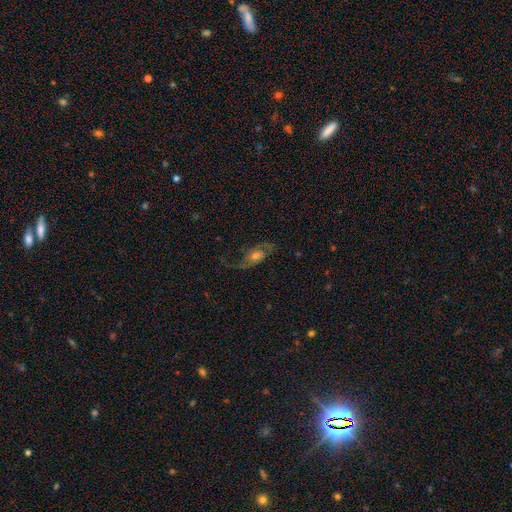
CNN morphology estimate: Smooth or featured?
  - featured or disk: 76% *
  - smooth: 15%
  - star or artifact: 9%
Edge-on disk?
  - no: 92% *
  - yes: 8%
Bar?
  - no: 59% *
  - weak: 33%
  - strong: 8%
Spiral arms?
  - yes: 92% *
  - no: 8%
Spiral winding?
  - loose: 49% *
  - medium: 40%
  - tight: 11%
Spiral arm count?
  - 2: 88% *
  - can't tell: 5%
  - 1: 4%
  - 3: 2%
  - 4: 1%
  - more than 4: 1%
Bulge size?
  - moderate: 58% *
  - small: 25%
  - large: 12%
  - none: 3%
  - dominant: 2%
Merging?
  - none: 67% *
  - minor disturbance: 17%
  - major disturbance: 14%
  - merger: 2%